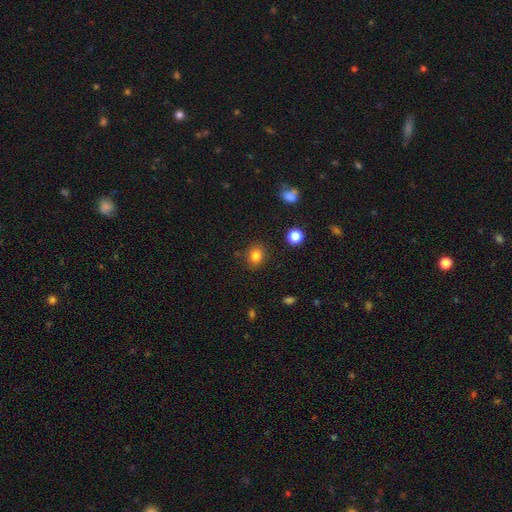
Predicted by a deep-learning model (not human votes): Smooth or featured? smooth (82%)
How rounded? round (69%)
Merging? none (87%)